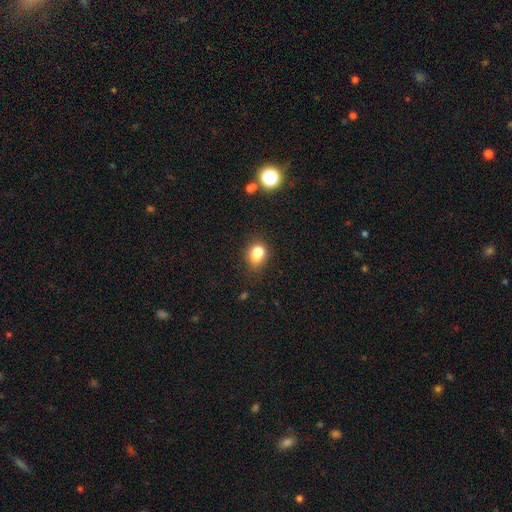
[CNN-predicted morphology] This appears to be a smooth galaxy with no disk features (77%) that is round (51%). Merging: none (51%).